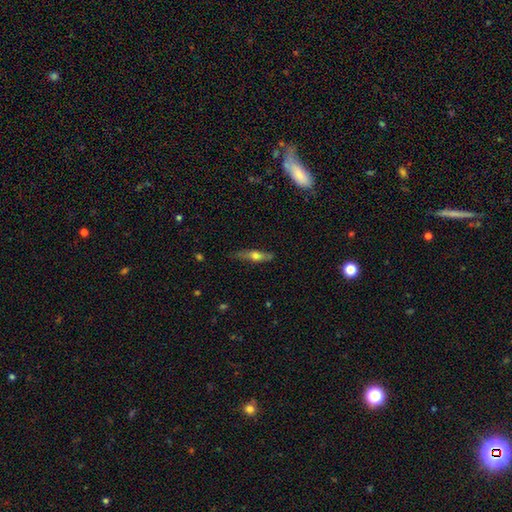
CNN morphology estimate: Smooth or featured: smooth — 49% (featured or disk — 44%)
Merging: none — 74% (minor disturbance — 20%)